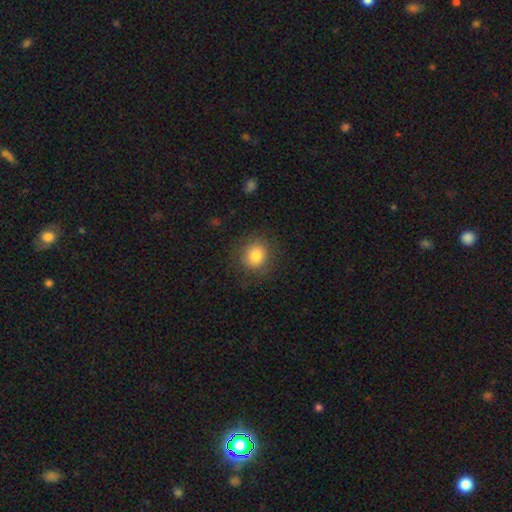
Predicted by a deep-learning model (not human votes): Smooth or featured?
  - smooth: 81% *
  - star or artifact: 10%
  - featured or disk: 9%
How rounded?
  - round: 87% *
  - in between: 12%
  - cigar-shaped: 1%
Merging?
  - none: 85% *
  - minor disturbance: 9%
  - major disturbance: 4%
  - merger: 1%